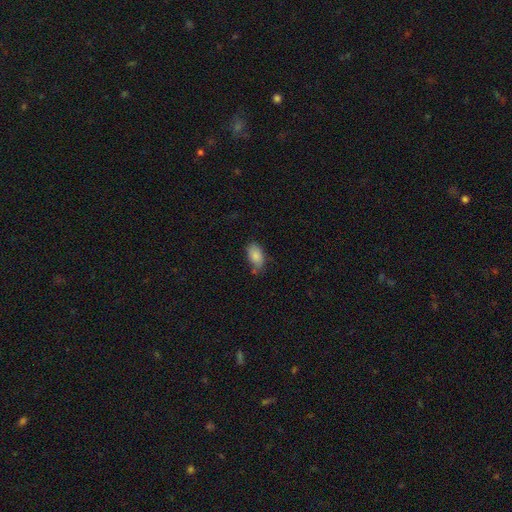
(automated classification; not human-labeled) Overall: smooth (86%). How rounded: in between (92%). Merging: none (62%; minor disturbance 25%).